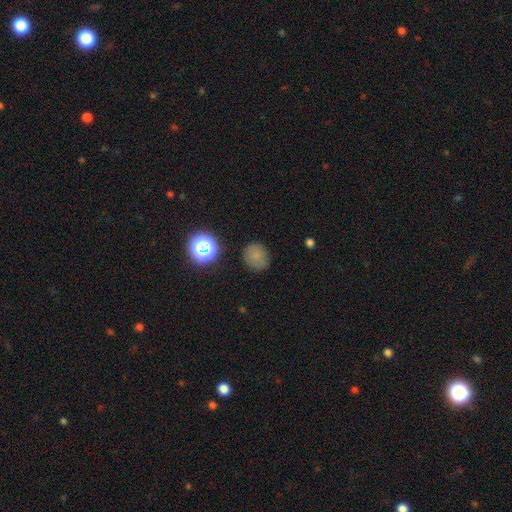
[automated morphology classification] smooth 75%, star or artifact 18%, featured or disk 7%. Down the decision tree: how rounded — round (84%); merging — none (81%).